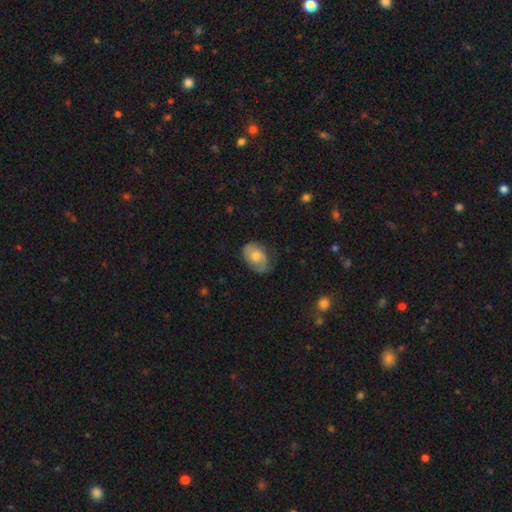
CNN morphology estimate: Smooth or featured?
  - smooth: 47% *
  - featured or disk: 46%
  - star or artifact: 7%
Merging?
  - none: 68% *
  - minor disturbance: 24%
  - major disturbance: 7%
  - merger: 1%